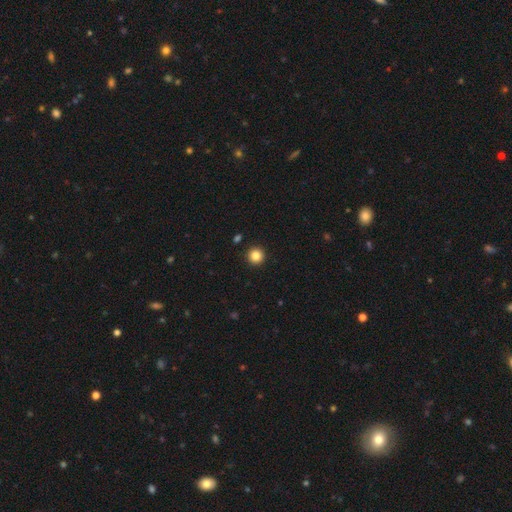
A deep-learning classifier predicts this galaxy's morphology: smooth-or-featured: smooth: 85% | star or artifact: 11% | featured or disk: 4%
  how-rounded: round: 95% | in between: 4% | cigar-shaped: 1%
  merging: none: 93% | minor disturbance: 4% | major disturbance: 2% | merger: 1%